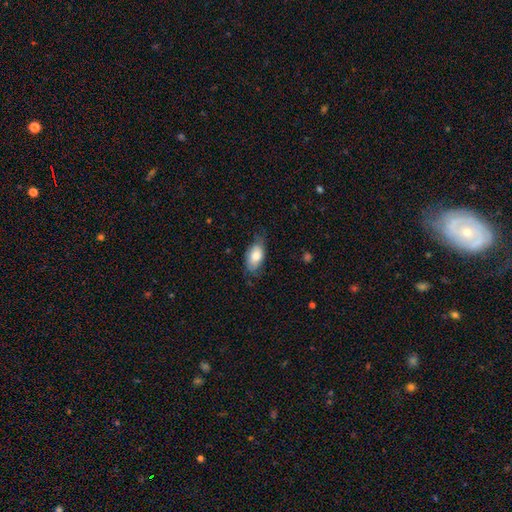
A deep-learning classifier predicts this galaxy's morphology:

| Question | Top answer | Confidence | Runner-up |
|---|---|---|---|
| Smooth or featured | smooth | 76% | featured or disk (18%) |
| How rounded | in between | 91% | cigar-shaped (5%) |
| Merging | none | 65% | minor disturbance (27%) |